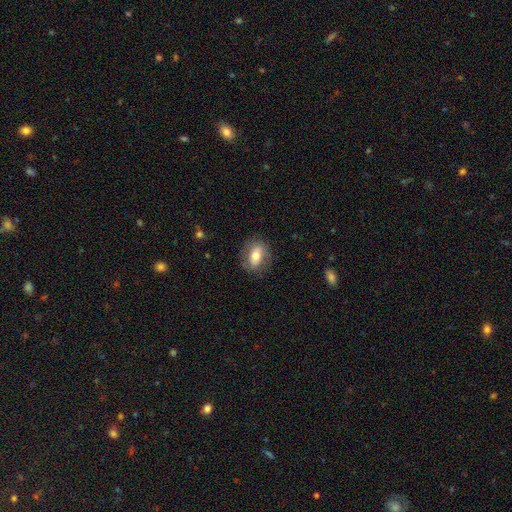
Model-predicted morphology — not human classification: This is likely a smooth galaxy (64%). How rounded: likely in between (73%). Merging: clearly none (81%).